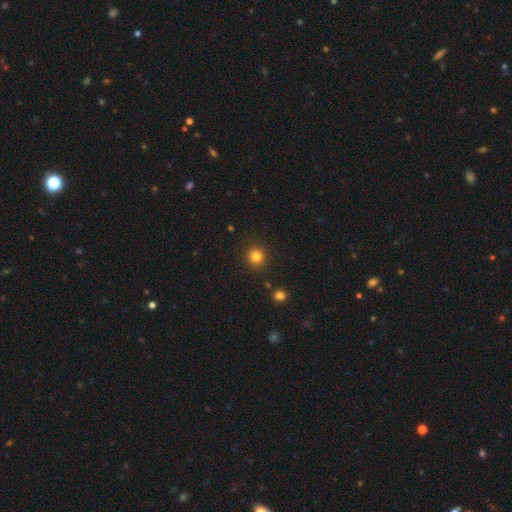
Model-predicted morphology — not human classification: Overall: smooth (82%). How rounded: round (93%). Merging: none (89%).